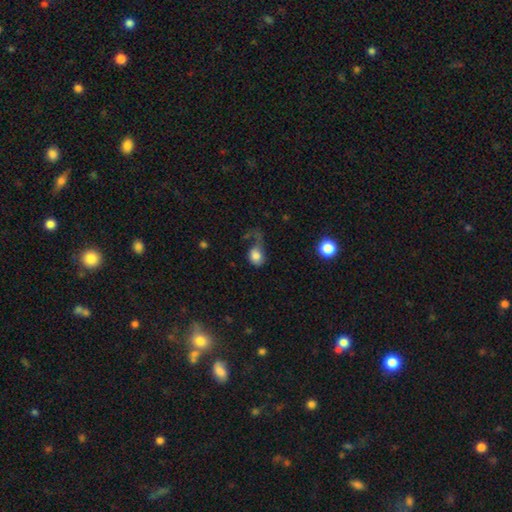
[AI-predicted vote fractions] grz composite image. It shows a smooth galaxy with no disk features (75%) that is in between round and cigar-shaped (56%). Merging: major disturbance (50%).